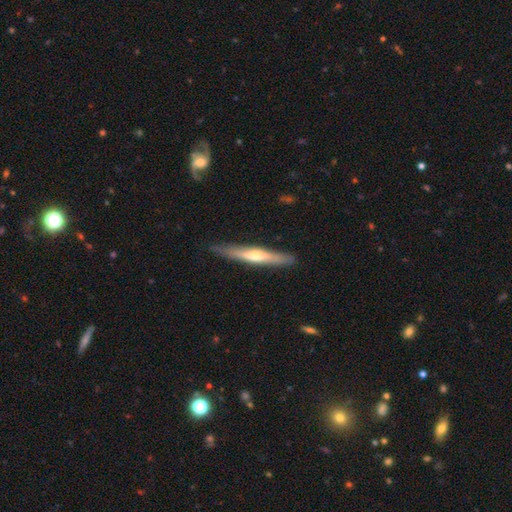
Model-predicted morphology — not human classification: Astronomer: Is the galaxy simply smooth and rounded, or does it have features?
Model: featured or disk — 54% (runner-up: smooth, 40%).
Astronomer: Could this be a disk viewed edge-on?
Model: yes — 92%.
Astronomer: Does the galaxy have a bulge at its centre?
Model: rounded — 75%.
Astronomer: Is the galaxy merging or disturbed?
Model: none — 87%.